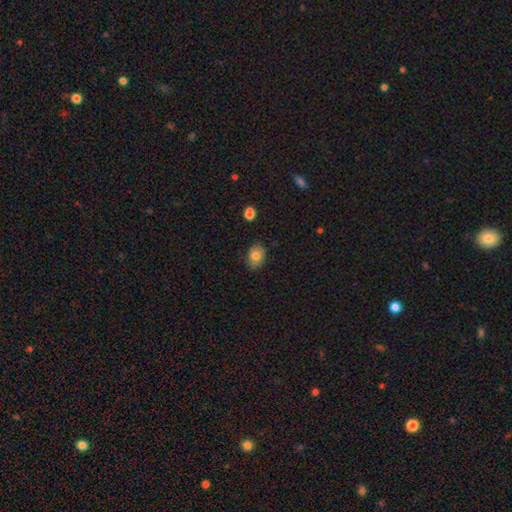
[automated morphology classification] smooth_or_featured: smooth (p=0.79) [alt: featured or disk p=0.12]
how_rounded: in between (p=0.69) [alt: round p=0.30]
merging: none (p=0.81) [alt: minor disturbance p=0.15]